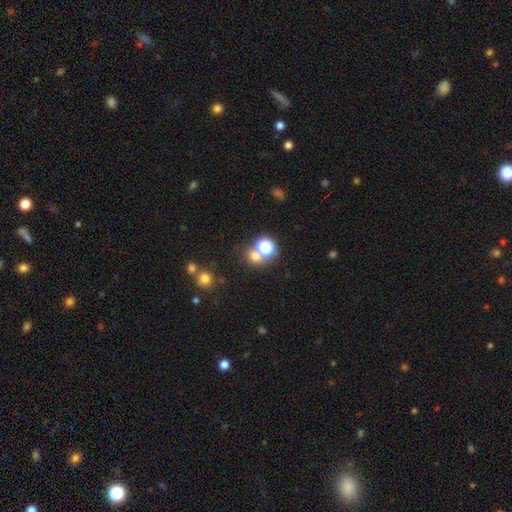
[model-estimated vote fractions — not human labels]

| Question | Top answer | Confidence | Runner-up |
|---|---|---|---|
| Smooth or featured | smooth | 62% | star or artifact (29%) |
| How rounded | round | 77% | in between (22%) |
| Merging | none | 58% | merger (29%) |